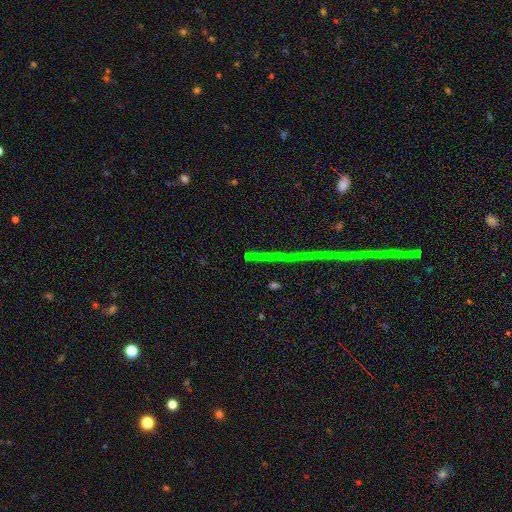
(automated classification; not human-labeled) smooth-or-featured: star or artifact: 74% | featured or disk: 13% | smooth: 13%